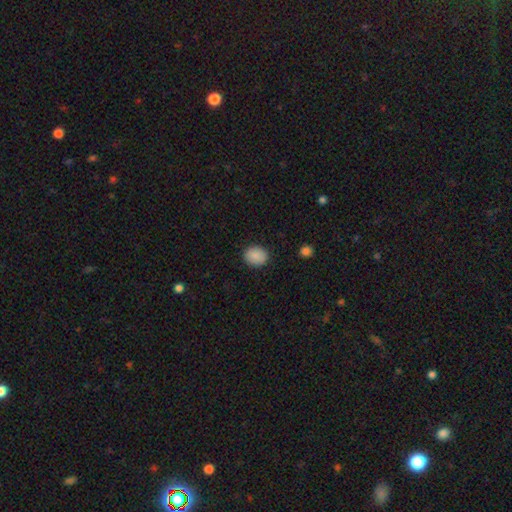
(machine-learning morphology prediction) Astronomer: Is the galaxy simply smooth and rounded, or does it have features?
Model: smooth — 88%.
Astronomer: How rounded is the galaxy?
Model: round — 59% (runner-up: in between, 41%).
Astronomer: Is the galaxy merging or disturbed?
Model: none — 89%.